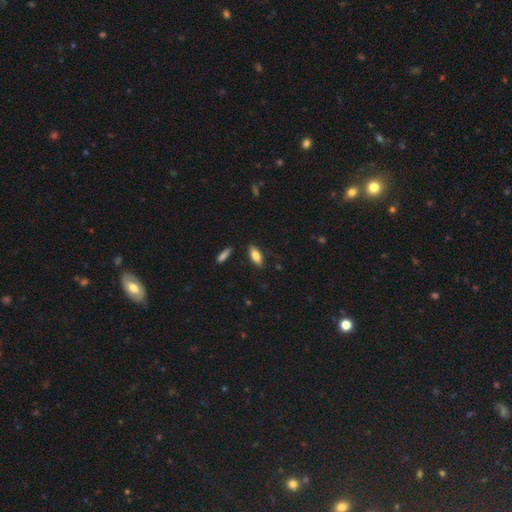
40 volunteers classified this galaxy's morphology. type=smooth (85%); roundness=in between (91%); merging=none (87%).